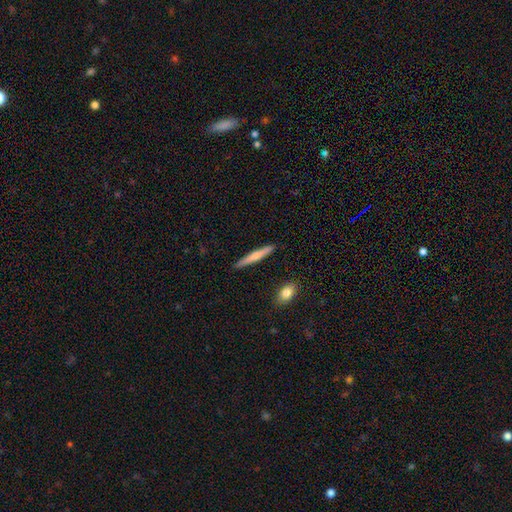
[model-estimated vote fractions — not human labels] A smooth galaxy with no disk features (55%) that is cigar-shaped (94%). Merging: none (90%).